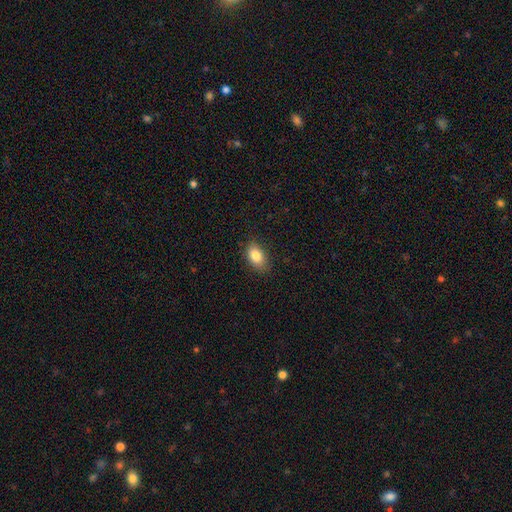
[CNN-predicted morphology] Overall: smooth (85%). How rounded: in between (89%). Merging: none (82%).